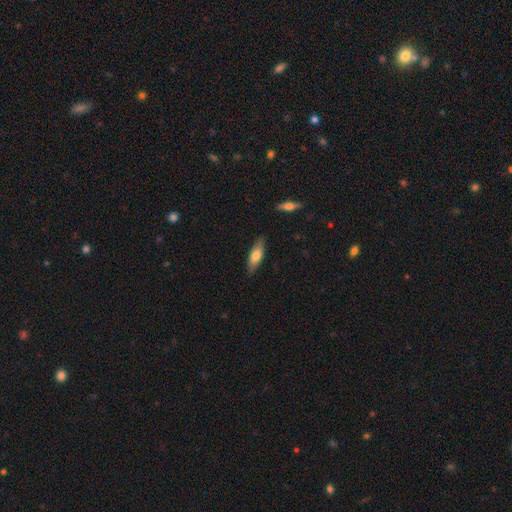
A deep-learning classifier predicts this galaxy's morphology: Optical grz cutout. It shows a smooth galaxy with no disk features (67%) that is in between round and cigar-shaped (54%). Merging: none (84%).